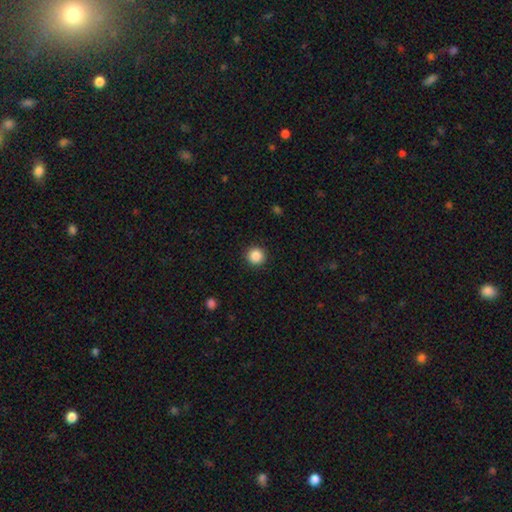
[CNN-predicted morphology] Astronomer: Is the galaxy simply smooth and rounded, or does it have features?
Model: smooth — 87%.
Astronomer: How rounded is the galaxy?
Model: round — 96%.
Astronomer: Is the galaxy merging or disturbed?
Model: none — 92%.